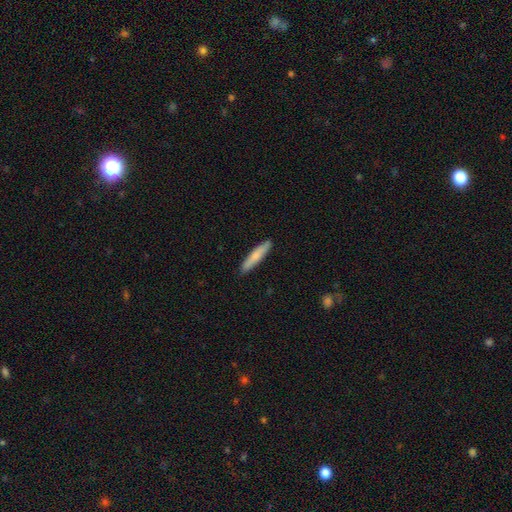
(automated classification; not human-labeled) Smooth or featured? smooth (75%)
How rounded? cigar-shaped (89%)
Merging? none (90%)